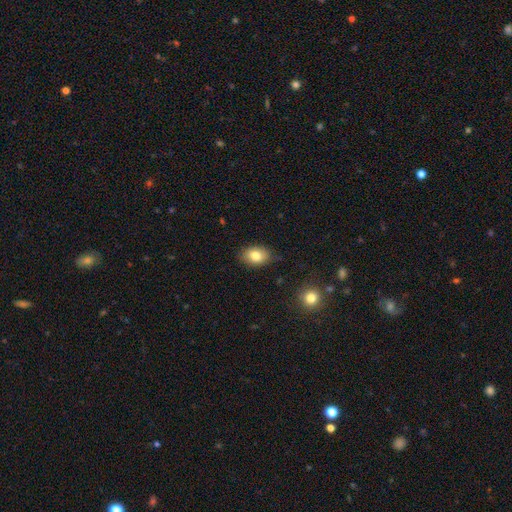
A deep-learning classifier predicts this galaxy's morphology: Smooth or featured?
  - smooth: 81% *
  - featured or disk: 10%
  - star or artifact: 9%
How rounded?
  - in between: 79% *
  - round: 20%
  - cigar-shaped: 1%
Merging?
  - none: 83% *
  - minor disturbance: 13%
  - major disturbance: 3%
  - merger: 1%